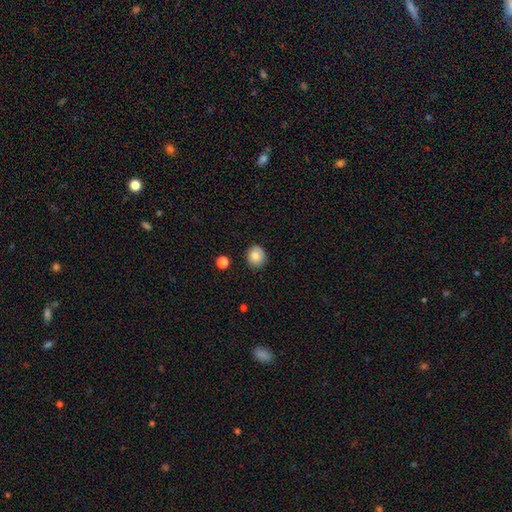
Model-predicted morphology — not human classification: Smooth or featured?
  - smooth: 83% *
  - star or artifact: 9%
  - featured or disk: 8%
How rounded?
  - round: 86% *
  - in between: 13%
  - cigar-shaped: 1%
Merging?
  - none: 87% *
  - minor disturbance: 9%
  - major disturbance: 2%
  - merger: 2%